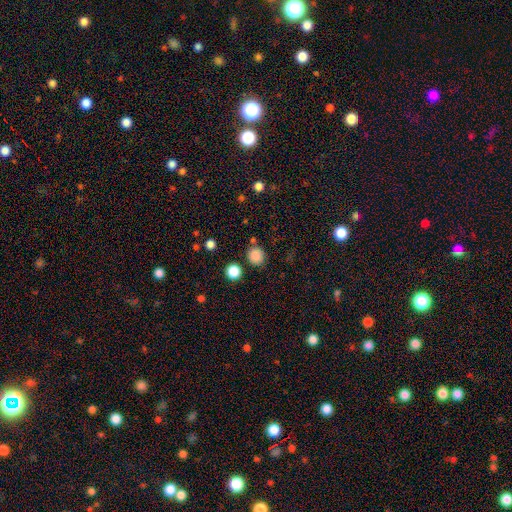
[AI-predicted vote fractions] Smooth or featured? Predicted: smooth (p=0.85). How rounded? Predicted: round (p=0.84). Merging? Predicted: none (p=0.81).